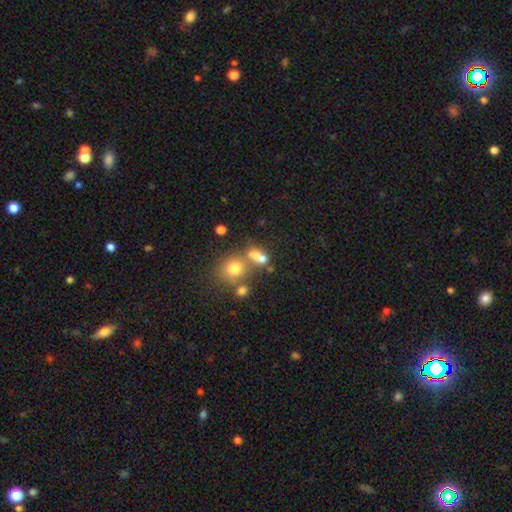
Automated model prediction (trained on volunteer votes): Smooth or featured? smooth (67%)
How rounded? in between (53%)
Merging? merger (45%)